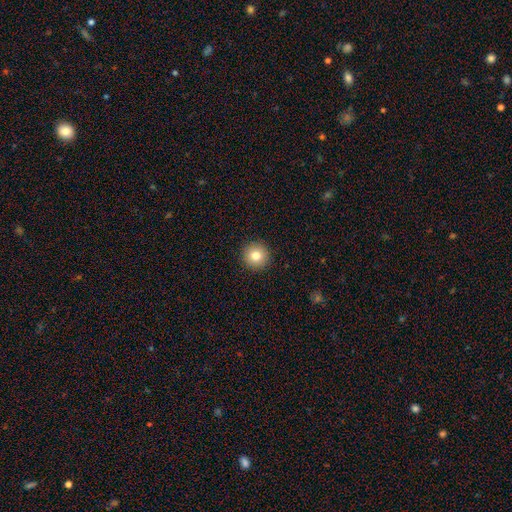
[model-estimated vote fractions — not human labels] This appears to be a smooth galaxy with no disk features (80%) that is round (95%). Merging: none (93%).